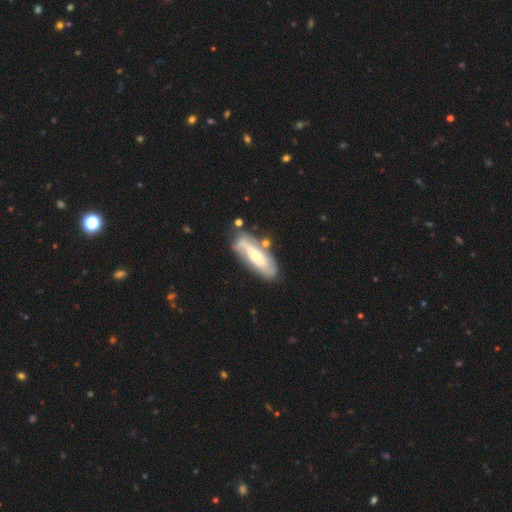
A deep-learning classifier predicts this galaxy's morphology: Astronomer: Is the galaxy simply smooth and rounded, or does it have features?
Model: featured or disk — 60%.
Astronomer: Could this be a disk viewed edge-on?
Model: no — 80%.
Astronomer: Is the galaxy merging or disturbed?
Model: none — 62%.